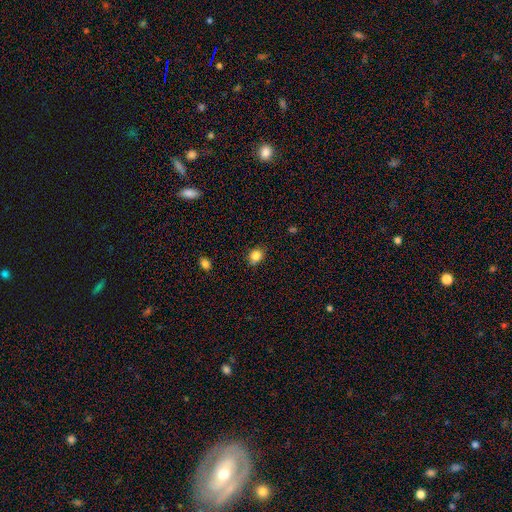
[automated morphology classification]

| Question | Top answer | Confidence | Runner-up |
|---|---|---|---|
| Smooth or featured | smooth | 84% | star or artifact (11%) |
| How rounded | round | 66% | in between (33%) |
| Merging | none | 85% | minor disturbance (12%) |